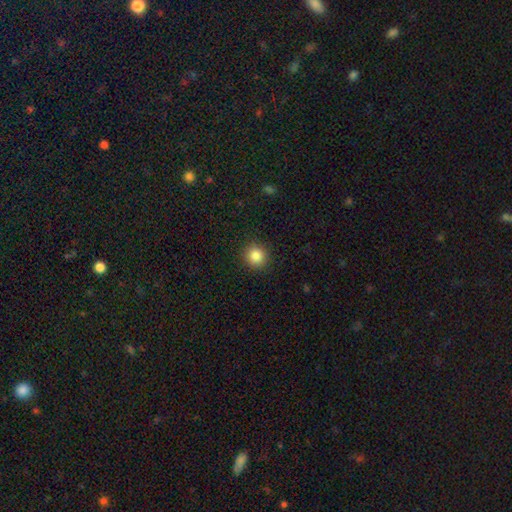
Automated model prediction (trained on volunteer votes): smooth 86%, star or artifact 10%, featured or disk 4%. Down the decision tree: how rounded — round (92%); merging — none (91%).